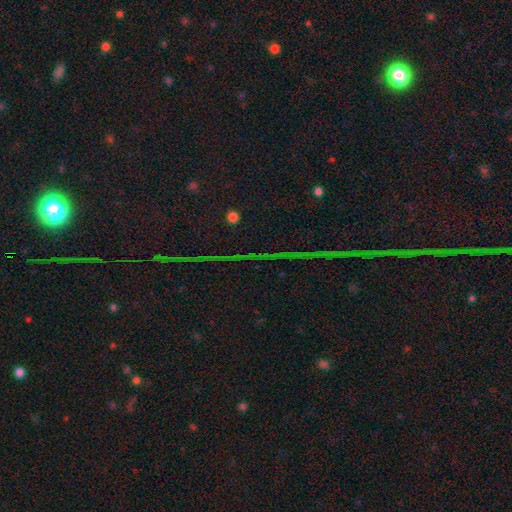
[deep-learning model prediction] Morphology: type=star or artifact (84%).